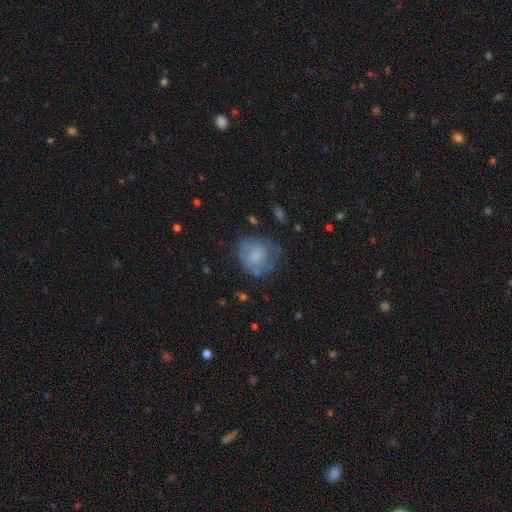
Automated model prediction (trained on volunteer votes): This is possibly a smooth galaxy (59%). How rounded: likely round (75%). Merging: possibly none (54%).